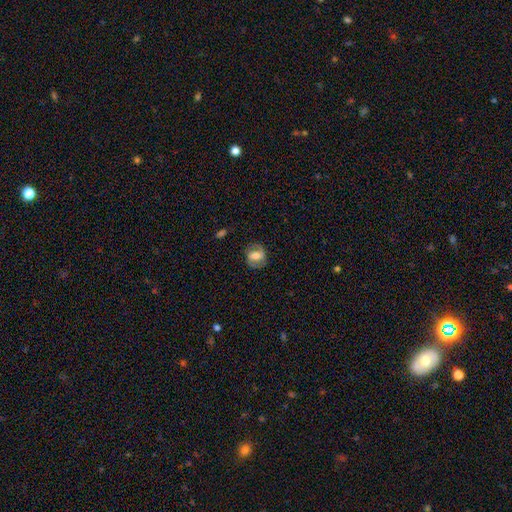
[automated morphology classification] Smooth or featured?
  - featured or disk: 53% *
  - smooth: 40%
  - star or artifact: 7%
Edge-on disk?
  - no: 95% *
  - yes: 5%
Bar?
  - weak: 39% *
  - strong: 35%
  - no: 26%
Spiral arms?
  - yes: 70% *
  - no: 30%
Bulge size?
  - moderate: 55% *
  - large: 22%
  - small: 17%
  - none: 3%
  - dominant: 2%
Merging?
  - none: 79% *
  - minor disturbance: 14%
  - major disturbance: 6%
  - merger: 1%